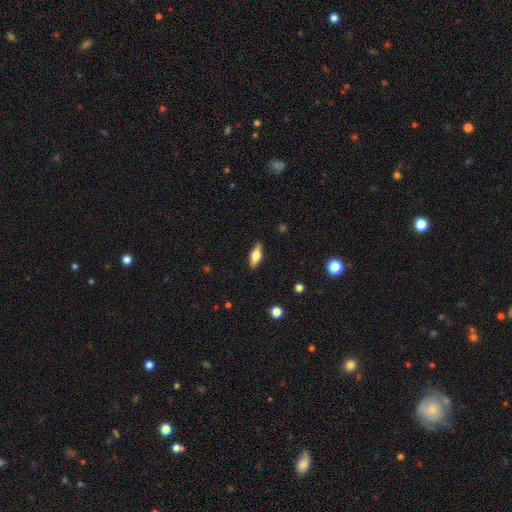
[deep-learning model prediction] Overall: smooth (51%; featured or disk 42%). How rounded: in between (64%; cigar-shaped 33%). Merging: none (88%).